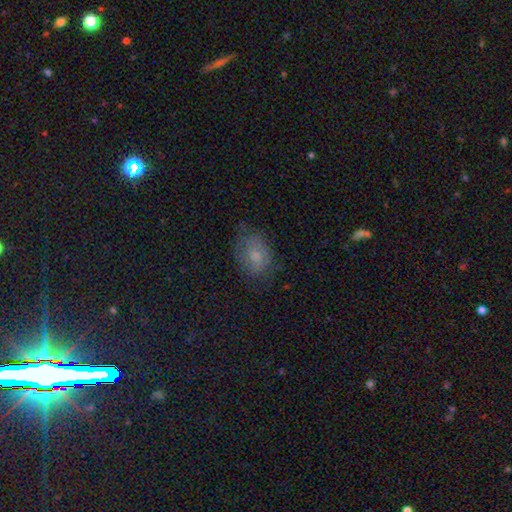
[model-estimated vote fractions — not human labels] This is likely a smooth galaxy (67%). How rounded: likely in between (75%). Merging: likely none (63%).